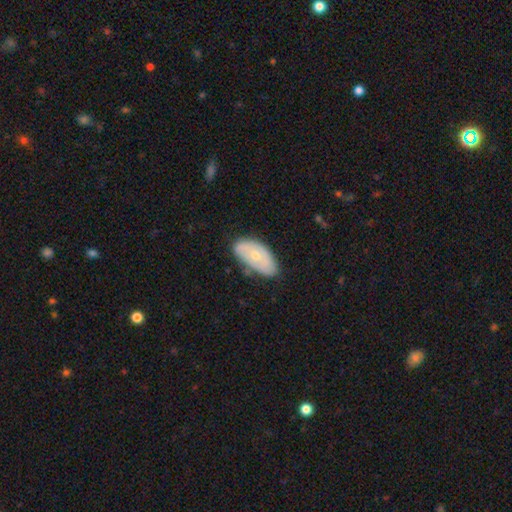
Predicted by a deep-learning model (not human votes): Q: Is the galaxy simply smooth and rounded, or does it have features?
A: smooth — 48%.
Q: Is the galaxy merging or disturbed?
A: none — 67%.